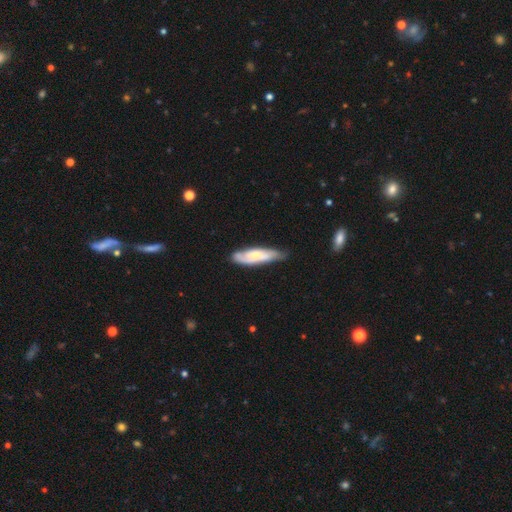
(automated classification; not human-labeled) A featured or disk galaxy (48%).

Vote fractions:
- Smooth or featured? featured or disk: 48% / smooth: 47% / star or artifact: 5%
- Merging? none: 64% / minor disturbance: 28% / major disturbance: 6% / merger: 2%